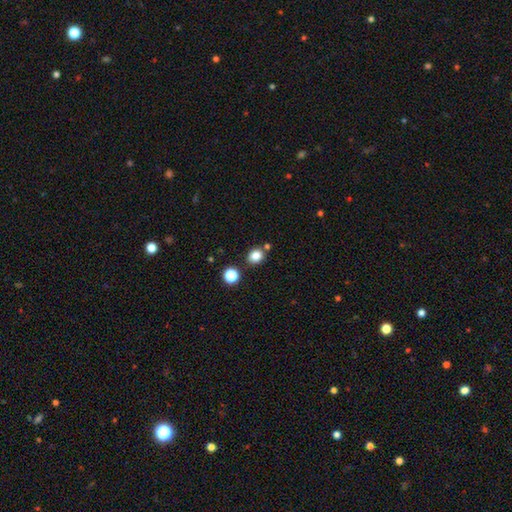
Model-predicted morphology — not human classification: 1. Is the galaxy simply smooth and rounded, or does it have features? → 83% smooth, 12% star or artifact, 5% featured or disk.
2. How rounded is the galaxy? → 64% round, 35% in between, 1% cigar-shaped.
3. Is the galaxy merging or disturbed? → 79% none, 10% minor disturbance, 9% merger, 3% major disturbance.